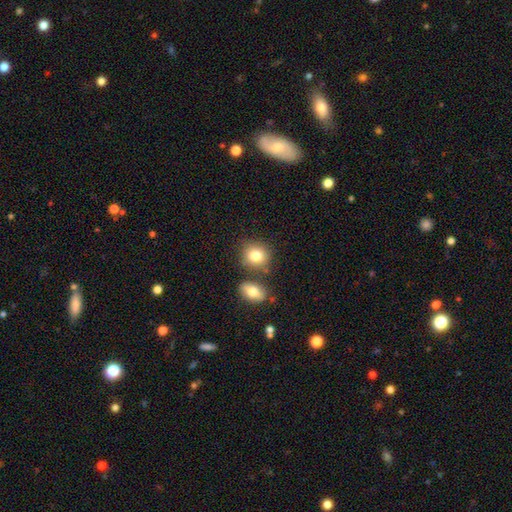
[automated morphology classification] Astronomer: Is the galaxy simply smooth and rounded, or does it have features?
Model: smooth — 81%.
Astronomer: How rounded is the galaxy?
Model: round — 73%.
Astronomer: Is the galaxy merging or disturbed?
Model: none — 70%.